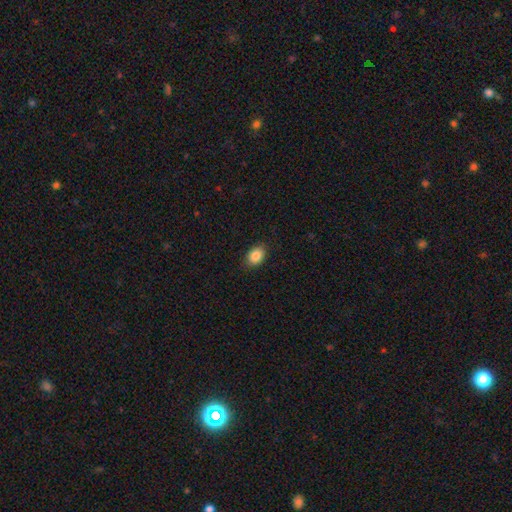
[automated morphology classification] Smooth or featured? smooth (87%)
How rounded? in between (76%)
Merging? none (87%)